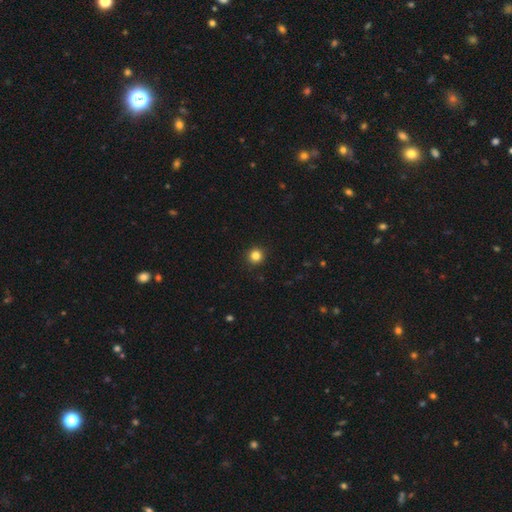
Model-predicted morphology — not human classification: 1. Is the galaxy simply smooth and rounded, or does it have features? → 83% smooth, 12% star or artifact, 4% featured or disk.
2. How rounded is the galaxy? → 95% round, 4% in between, 1% cigar-shaped.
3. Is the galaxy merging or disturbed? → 93% none, 5% minor disturbance, 1% major disturbance, 1% merger.